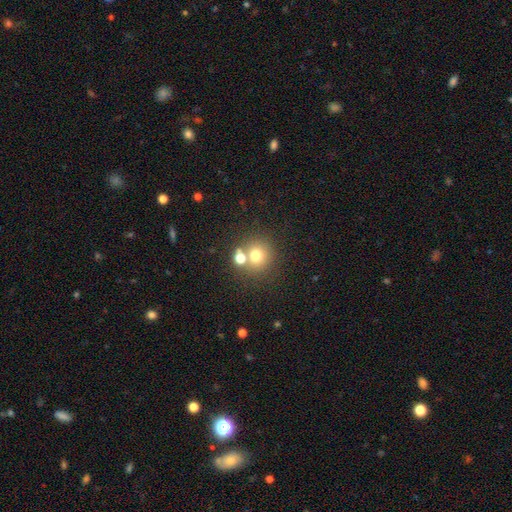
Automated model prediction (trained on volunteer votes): smooth-or-featured: smooth: 71% | star or artifact: 17% | featured or disk: 12%
  how-rounded: round: 90% | in between: 9% | cigar-shaped: 1%
  merging: none: 63% | merger: 26% | minor disturbance: 7% | major disturbance: 3%